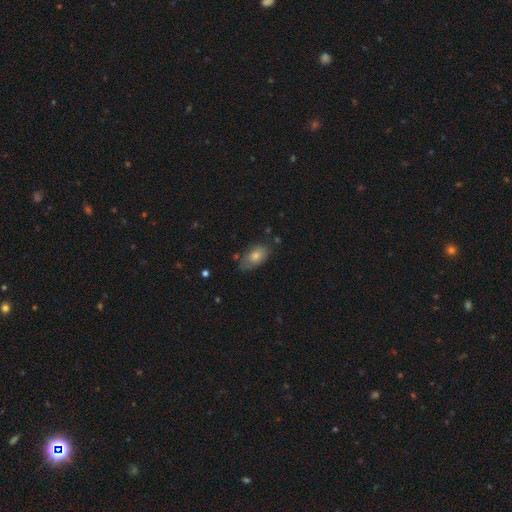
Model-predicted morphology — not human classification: Smooth or featured? Predicted: smooth (p=0.71). How rounded? Predicted: in between (p=0.90). Merging? Predicted: none (p=0.68).